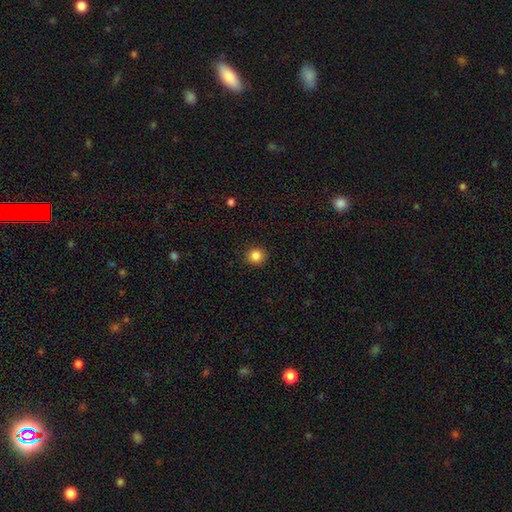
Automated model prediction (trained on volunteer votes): The model was most divided on "smooth or featured": smooth: 85%, star or artifact: 11%, featured or disk: 4%. More confident: merging — none (91%); how rounded — round (88%).